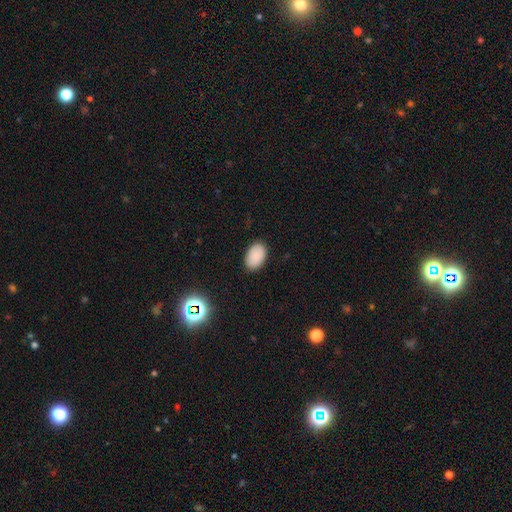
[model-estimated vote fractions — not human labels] Smooth or featured? Predicted: smooth (p=0.89). How rounded? Predicted: in between (p=0.92). Merging? Predicted: none (p=0.88).